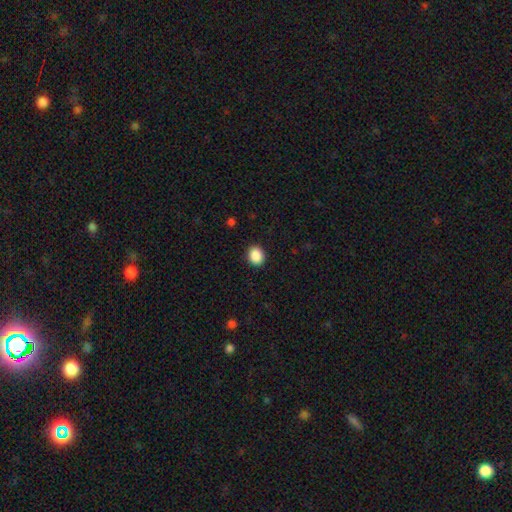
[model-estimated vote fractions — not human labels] This is clearly a smooth galaxy (89%). How rounded: likely round (69%). Merging: clearly none (91%).